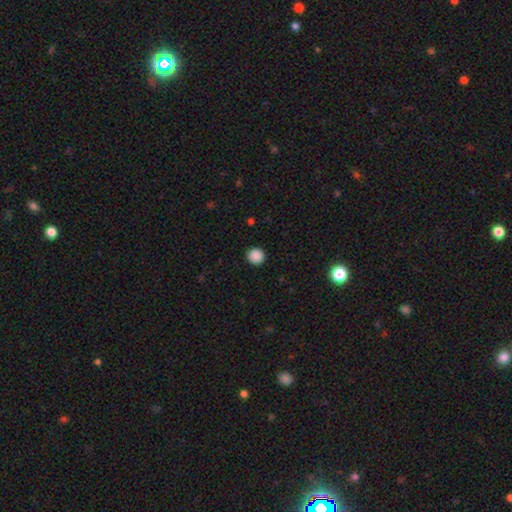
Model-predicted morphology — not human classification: Overall: smooth (88%). How rounded: round (94%). Merging: none (92%).